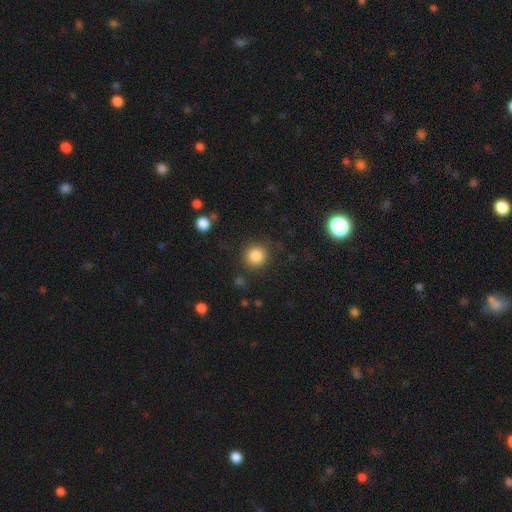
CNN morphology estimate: A smooth galaxy with no disk features (85%) that is round (93%). Merging: none (88%).